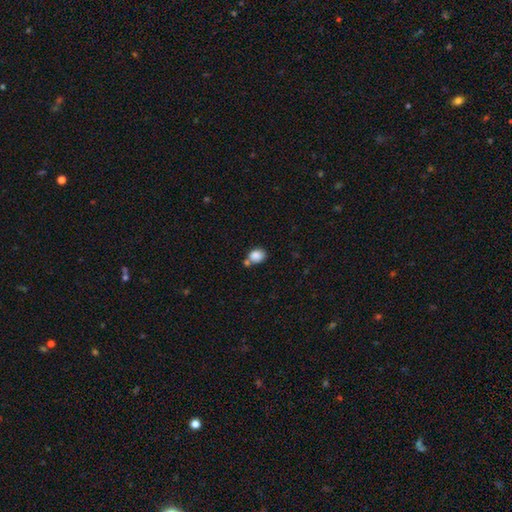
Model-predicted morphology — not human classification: This is clearly a smooth galaxy (85%). How rounded: possibly round (52%). Merging: possibly none (52%).